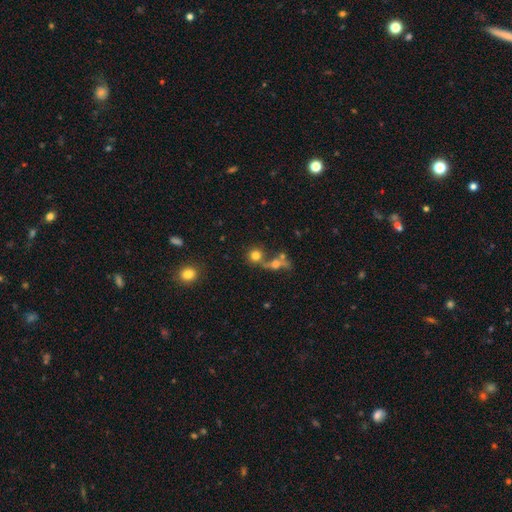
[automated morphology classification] smooth_or_featured: smooth (p=0.74) [alt: star or artifact p=0.14]
how_rounded: round (p=0.88) [alt: in between p=0.10]
merging: none (p=0.54) [alt: merger p=0.31]